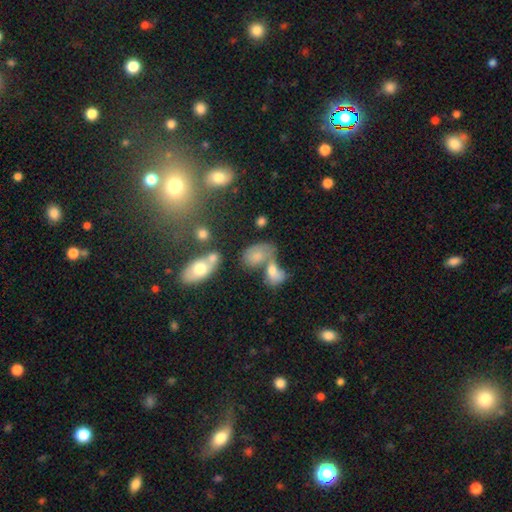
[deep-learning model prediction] The model was most divided on "merging": merger: 50%, none: 26%, minor disturbance: 14%, major disturbance: 10%. More confident: how rounded — in between (83%); smooth or featured — smooth (68%).